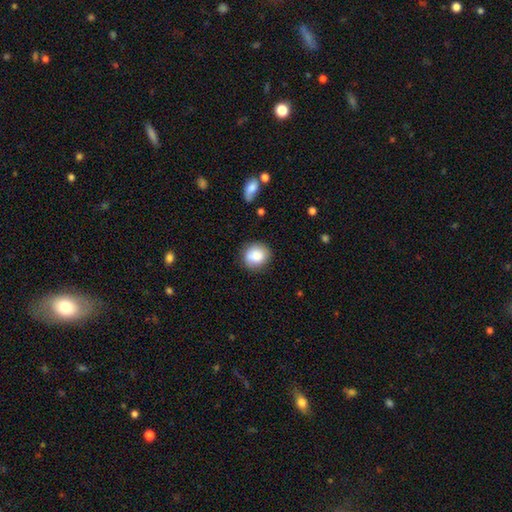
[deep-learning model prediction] A smooth galaxy with no disk features (85%) that is round (81%).

Vote fractions:
- Smooth or featured? smooth: 85% / star or artifact: 8% / featured or disk: 7%
- How rounded? round: 81% / in between: 18% / cigar-shaped: 1%
- Merging? none: 80% / minor disturbance: 15% / major disturbance: 3% / merger: 2%